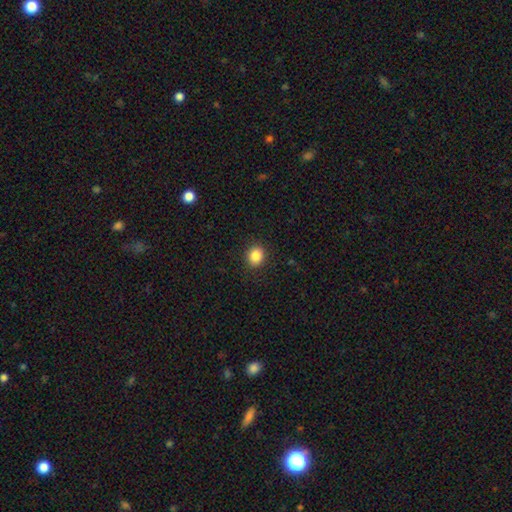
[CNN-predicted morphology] This appears to be a smooth galaxy with no disk features (85%) that is round (72%). Merging: none (90%).